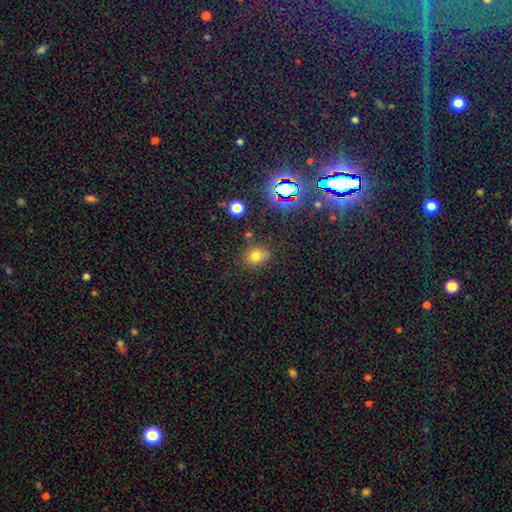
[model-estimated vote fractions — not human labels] Q: Smooth or featured?
A: smooth (73%); runner-up: star or artifact (18%)
Q: How rounded?
A: round (65%); runner-up: in between (34%)
Q: Merging?
A: none (70%); runner-up: minor disturbance (17%)